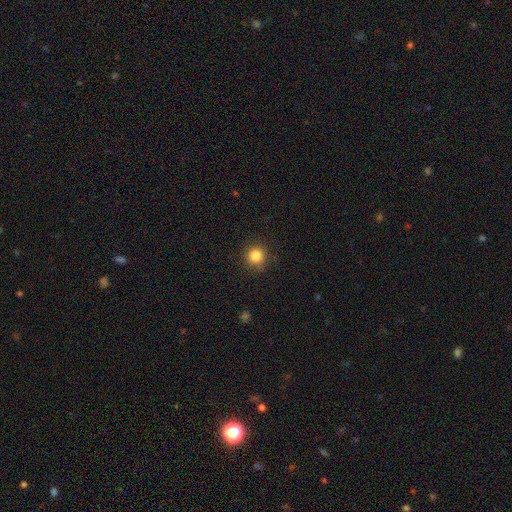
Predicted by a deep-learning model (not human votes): This is clearly a smooth galaxy (85%). How rounded: clearly round (94%). Merging: clearly none (86%).